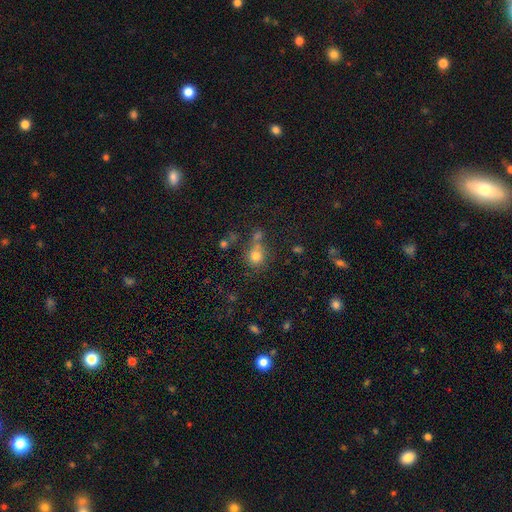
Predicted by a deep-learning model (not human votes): This is likely a smooth galaxy (76%). How rounded: clearly round (87%). Merging: possibly none (59%).